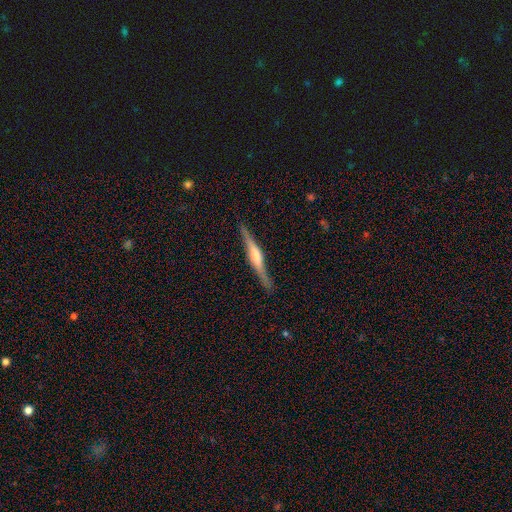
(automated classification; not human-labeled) The model was most divided on "edge-on bulge": rounded: 55%, boxy: 33%, none: 12%. More confident: edge-on disk — yes (96%); merging — none (86%); smooth or featured — featured or disk (73%).